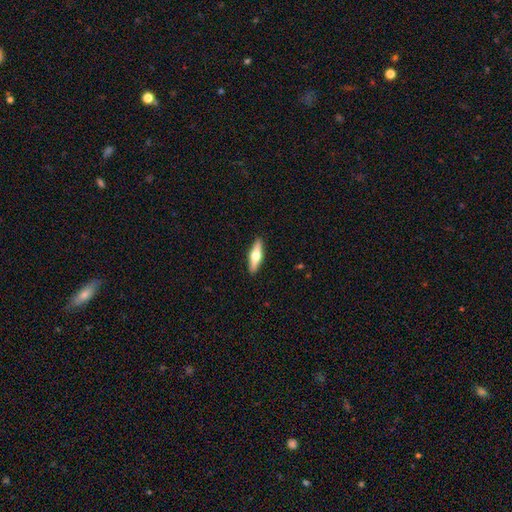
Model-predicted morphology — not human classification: This is possibly a featured or disk galaxy (51%). It is clearly viewed edge-on (93%). Merging: clearly none (91%).